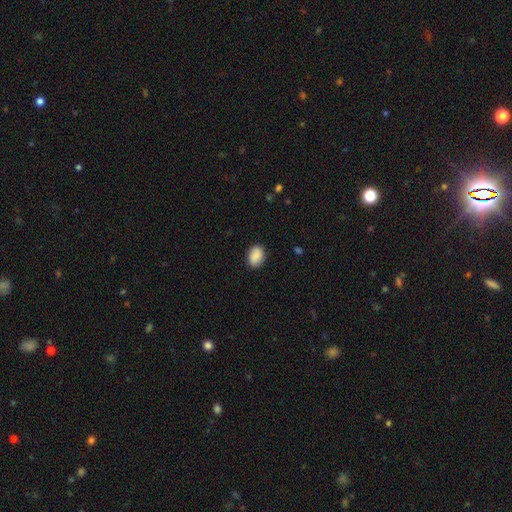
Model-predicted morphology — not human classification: This is clearly a smooth galaxy (88%). How rounded: likely in between (77%). Merging: clearly none (86%).